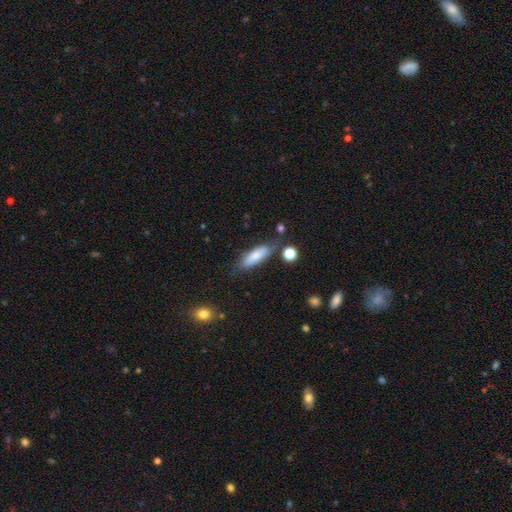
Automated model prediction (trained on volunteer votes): A smooth galaxy with no disk features (75%) that is in between round and cigar-shaped (53%).

Vote fractions:
- Smooth or featured? smooth: 75% / featured or disk: 18% / star or artifact: 7%
- How rounded? in between: 53% / cigar-shaped: 45% / round: 2%
- Merging? none: 68% / minor disturbance: 21% / major disturbance: 6% / merger: 6%